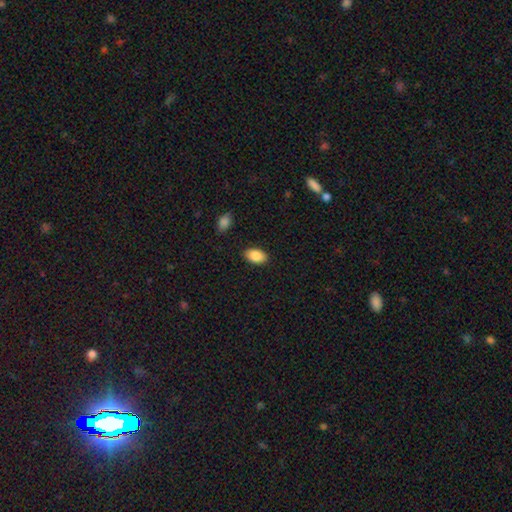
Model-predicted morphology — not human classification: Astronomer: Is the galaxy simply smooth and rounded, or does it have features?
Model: smooth — 87%.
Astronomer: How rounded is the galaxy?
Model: in between — 93%.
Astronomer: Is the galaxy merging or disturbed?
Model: none — 88%.